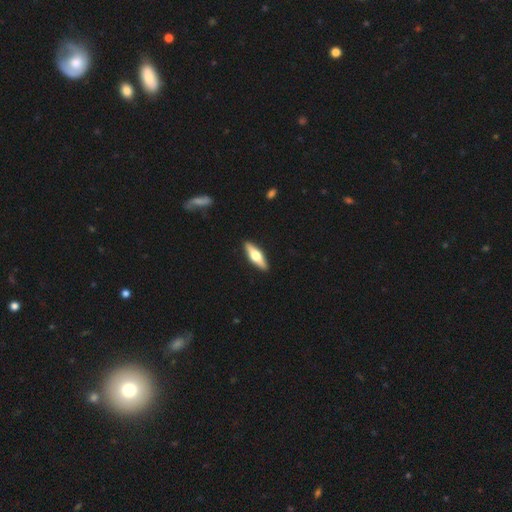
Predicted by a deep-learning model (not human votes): Smooth or featured?
  - featured or disk: 56% *
  - smooth: 39%
  - star or artifact: 5%
Edge-on disk?
  - yes: 94% *
  - no: 6%
Edge-on bulge?
  - rounded: 95% *
  - boxy: 4%
  - none: 2%
Merging?
  - none: 91% *
  - minor disturbance: 6%
  - major disturbance: 1%
  - merger: 1%